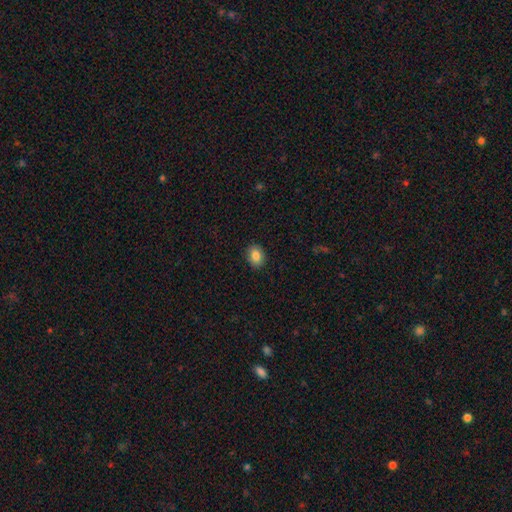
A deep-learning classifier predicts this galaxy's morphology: Overall: smooth (86%). How rounded: in between (64%; round 35%). Merging: none (89%).